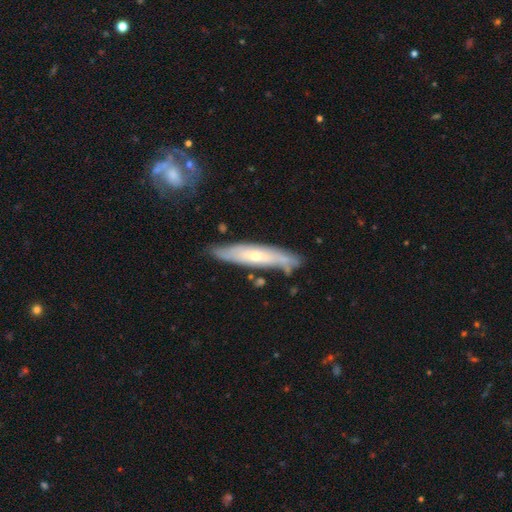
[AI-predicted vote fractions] A featured or disk galaxy (58%) viewed edge-on (59%). Merging: none (76%).